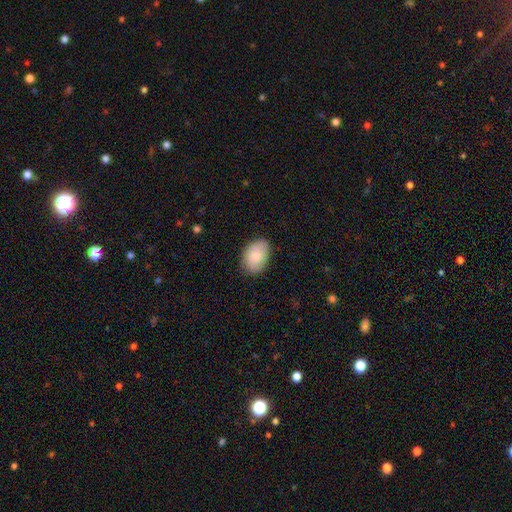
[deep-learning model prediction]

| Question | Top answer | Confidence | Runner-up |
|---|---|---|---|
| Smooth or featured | smooth | 83% | featured or disk (11%) |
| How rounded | in between | 86% | round (13%) |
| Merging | none | 82% | minor disturbance (15%) |